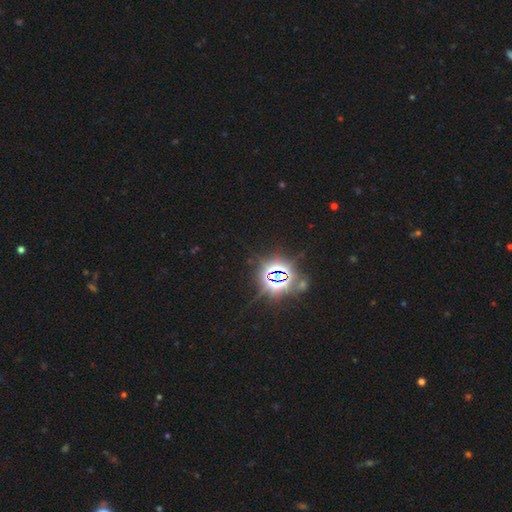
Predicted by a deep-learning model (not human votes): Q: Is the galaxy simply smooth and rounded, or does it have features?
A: star or artifact — 82%.